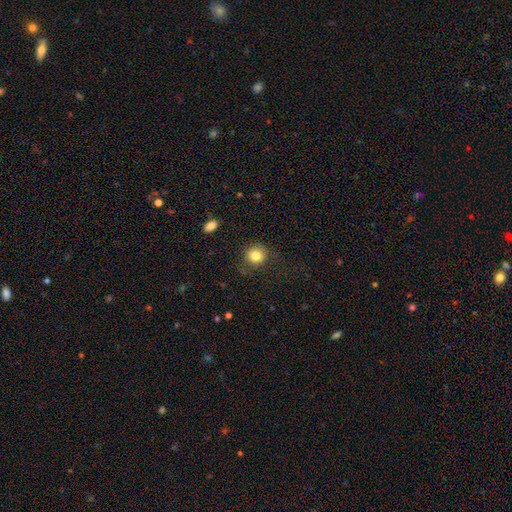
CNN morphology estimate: The model was most divided on "merging": none: 74%, minor disturbance: 16%, major disturbance: 9%, merger: 2%. More confident: how rounded — round (83%); smooth or featured — smooth (83%).